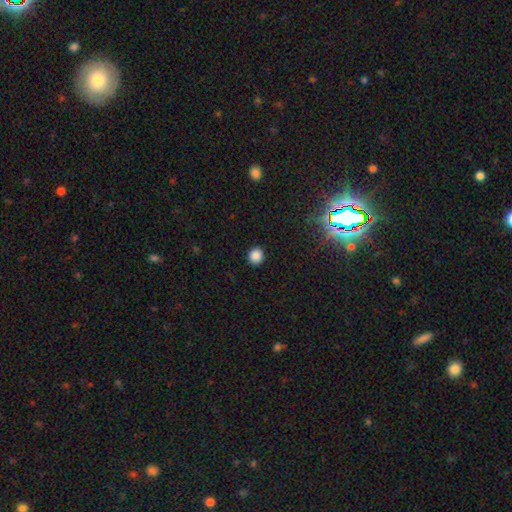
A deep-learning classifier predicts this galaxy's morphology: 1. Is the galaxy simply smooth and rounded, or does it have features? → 86% smooth, 11% star or artifact, 3% featured or disk.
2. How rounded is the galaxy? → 90% round, 9% in between, 1% cigar-shaped.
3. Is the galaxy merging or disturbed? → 92% none, 5% minor disturbance, 2% major disturbance, 1% merger.